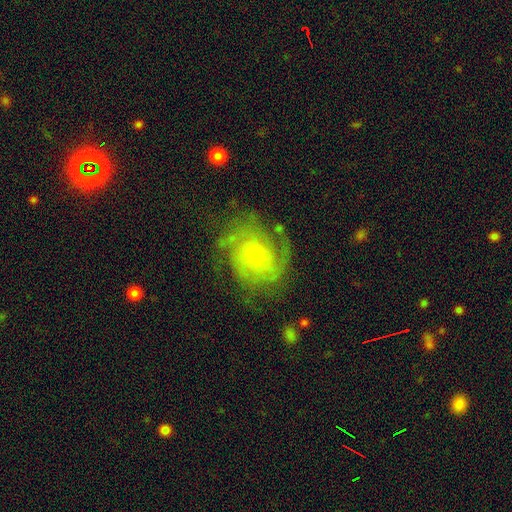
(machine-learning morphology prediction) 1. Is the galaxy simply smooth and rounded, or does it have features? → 80% featured or disk, 13% smooth, 7% star or artifact.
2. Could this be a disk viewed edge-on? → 98% no, 2% yes.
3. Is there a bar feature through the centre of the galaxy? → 60% no, 34% weak, 6% strong.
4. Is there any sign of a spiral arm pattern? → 93% yes, 7% no.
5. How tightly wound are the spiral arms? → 45% tight, 42% medium, 13% loose.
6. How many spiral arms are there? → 30% 2, 28% can't tell, 23% 3, 8% 4, 6% 1, 5% more than 4.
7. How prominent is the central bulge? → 56% small, 31% moderate, 6% large, 5% none, 1% dominant.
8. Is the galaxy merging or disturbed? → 64% none, 19% minor disturbance, 15% major disturbance, 2% merger.